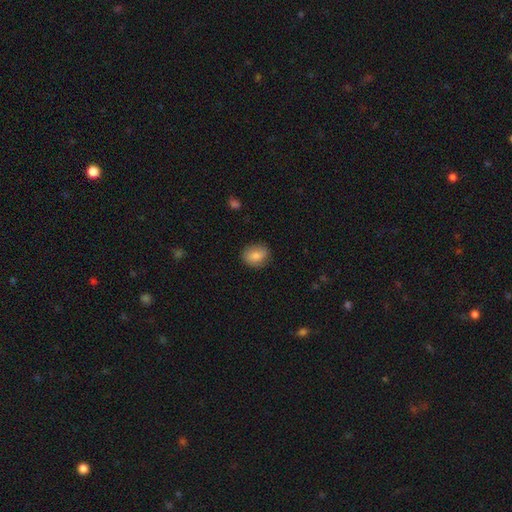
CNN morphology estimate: The model was most divided on "how rounded": in between: 54%, round: 44%, cigar-shaped: 1%. More confident: smooth or featured — smooth (82%); merging — none (81%).